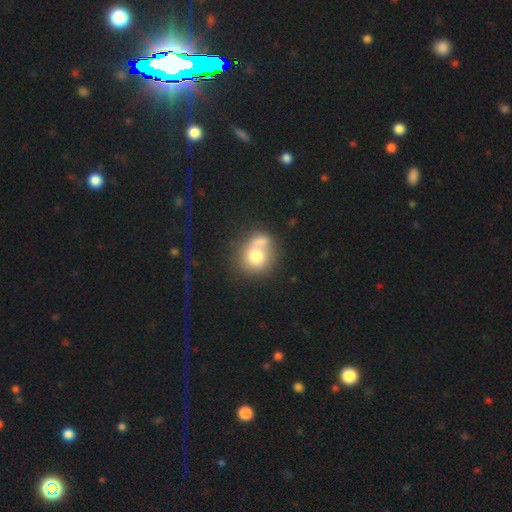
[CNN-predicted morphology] Overall: smooth (71%). How rounded: round (78%). Merging: merger (42%; none 36%).